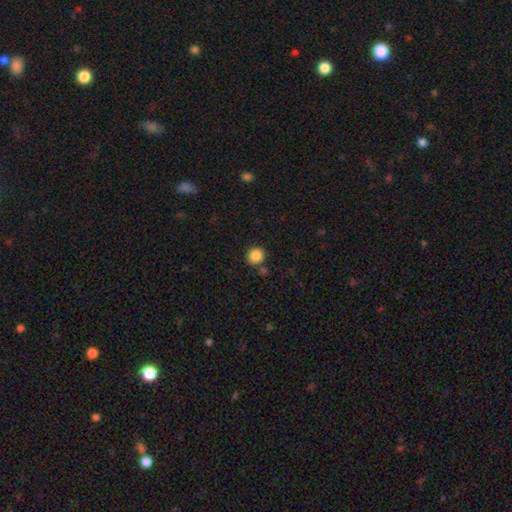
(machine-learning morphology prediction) This appears to be a smooth galaxy with no disk features (87%) that is round (87%). Merging: none (82%).